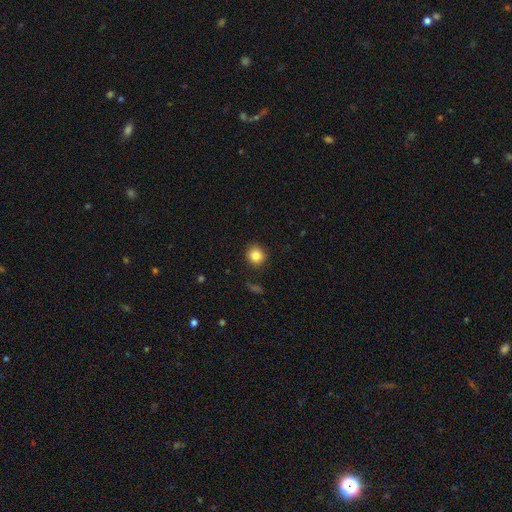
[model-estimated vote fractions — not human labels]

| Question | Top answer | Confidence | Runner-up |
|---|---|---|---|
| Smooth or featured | smooth | 84% | star or artifact (10%) |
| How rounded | round | 89% | in between (10%) |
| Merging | none | 89% | minor disturbance (8%) |